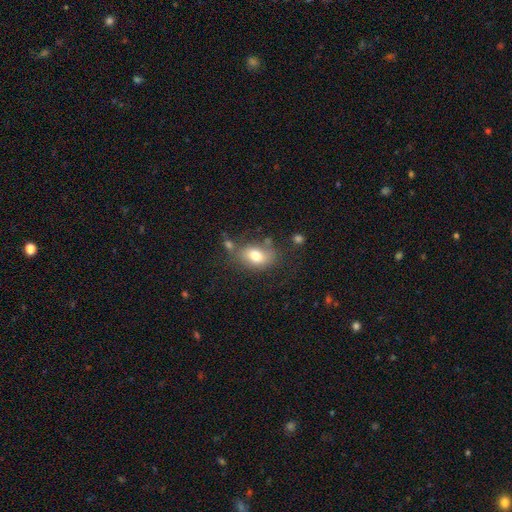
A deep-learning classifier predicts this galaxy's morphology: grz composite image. It shows a smooth galaxy with no disk features (76%) that is in between round and cigar-shaped (77%). Merging: none (60%).